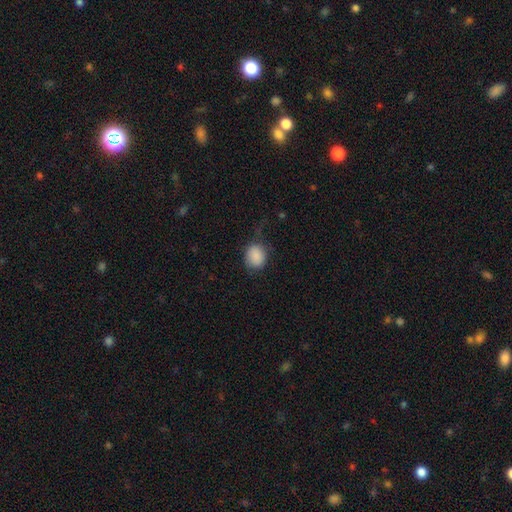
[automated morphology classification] This is clearly a smooth galaxy (87%). How rounded: likely round (64%). Merging: likely none (65%).